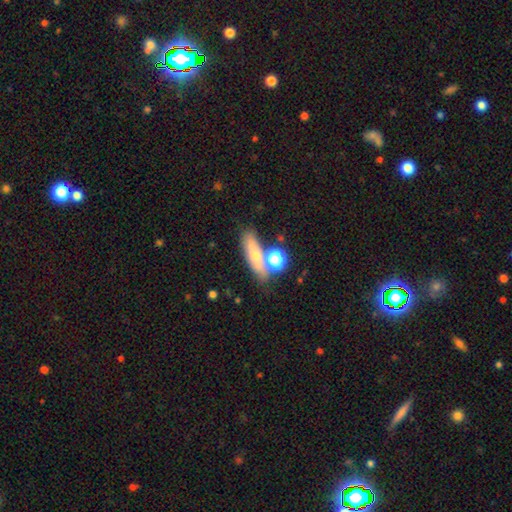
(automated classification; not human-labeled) Smooth or featured?
  - smooth: 54% *
  - featured or disk: 30%
  - star or artifact: 16%
How rounded?
  - in between: 41% *
  - cigar-shaped: 39%
  - round: 20%
Merging?
  - none: 57% *
  - merger: 22%
  - minor disturbance: 14%
  - major disturbance: 7%